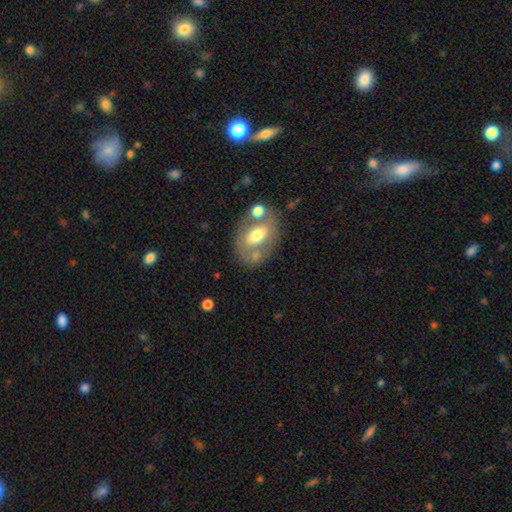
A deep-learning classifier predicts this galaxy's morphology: This appears to be a featured or disk galaxy (47%). Merging: none (58%).